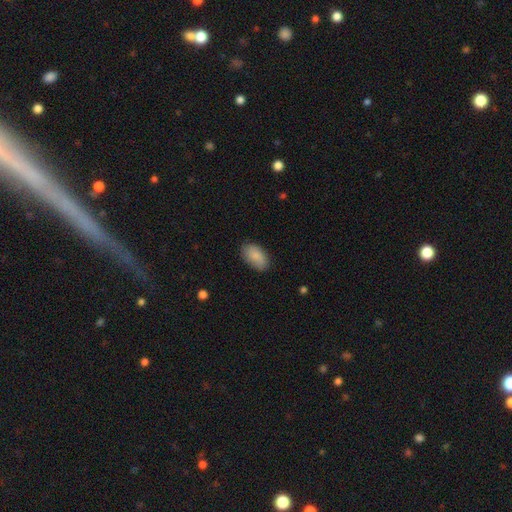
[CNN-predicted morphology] Smooth or featured: smooth — 86% (featured or disk — 8%)
How rounded: in between — 94% (round — 4%)
Merging: none — 81% (minor disturbance — 15%)